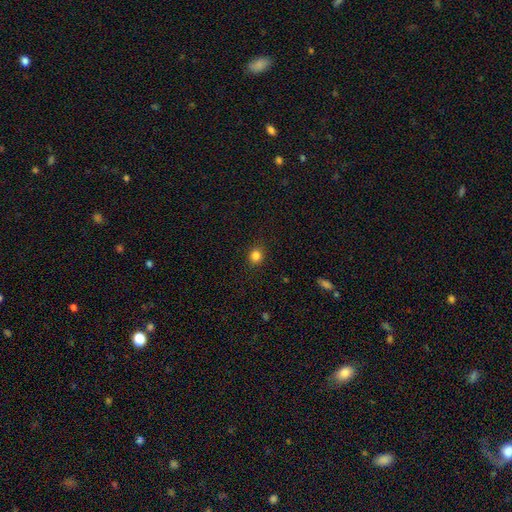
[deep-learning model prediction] A smooth galaxy with no disk features (84%) that is round (86%). Merging: none (89%).